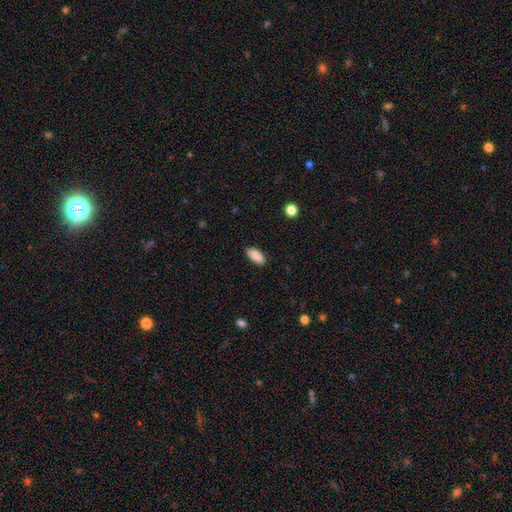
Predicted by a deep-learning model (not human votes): Smooth or featured: smooth — 89% (star or artifact — 7%)
How rounded: in between — 88% (cigar-shaped — 9%)
Merging: none — 89% (minor disturbance — 8%)